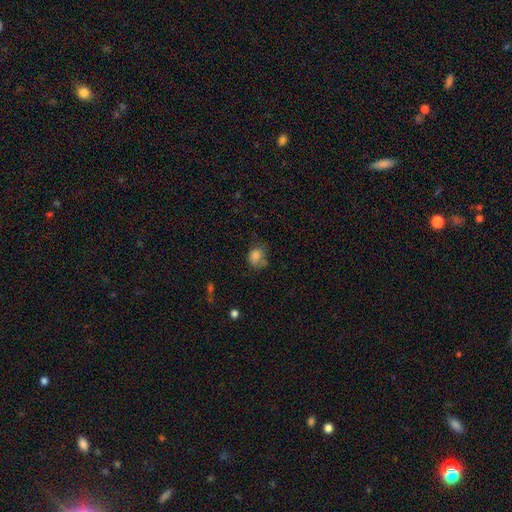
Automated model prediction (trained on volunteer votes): Smooth or featured? smooth (79%)
How rounded? round (50%)
Merging? none (44%)